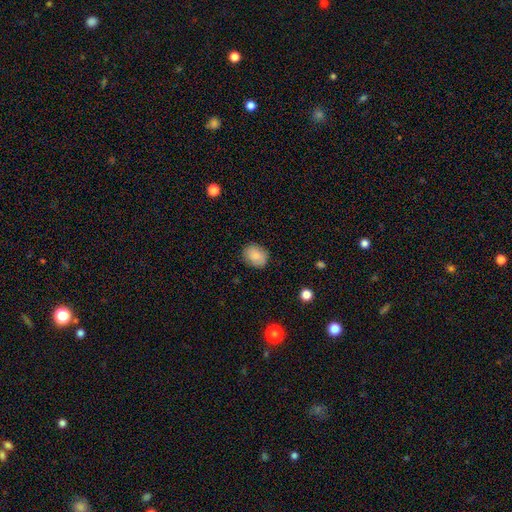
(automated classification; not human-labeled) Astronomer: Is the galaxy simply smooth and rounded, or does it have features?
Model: smooth — 87%.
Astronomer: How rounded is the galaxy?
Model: in between — 57% (runner-up: round, 42%).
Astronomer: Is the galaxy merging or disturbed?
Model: none — 84%.